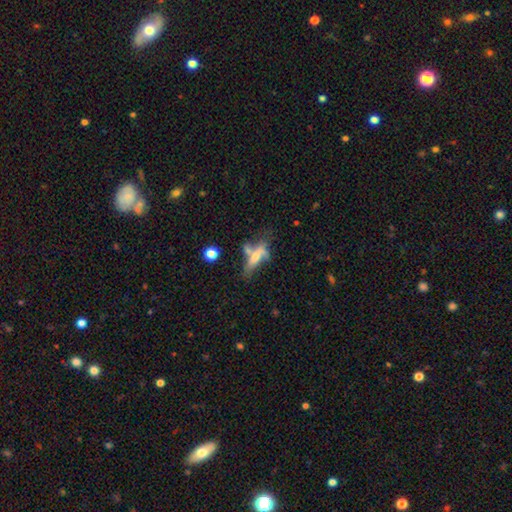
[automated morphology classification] A featured or disk galaxy (45%). Merging: merger (34%).